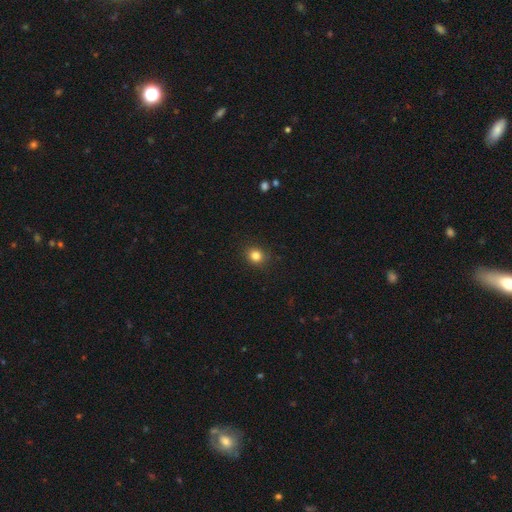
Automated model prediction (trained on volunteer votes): Smooth or featured?
  - smooth: 83% *
  - star or artifact: 12%
  - featured or disk: 5%
How rounded?
  - round: 82% *
  - in between: 17%
  - cigar-shaped: 1%
Merging?
  - none: 90% *
  - minor disturbance: 7%
  - major disturbance: 2%
  - merger: 1%